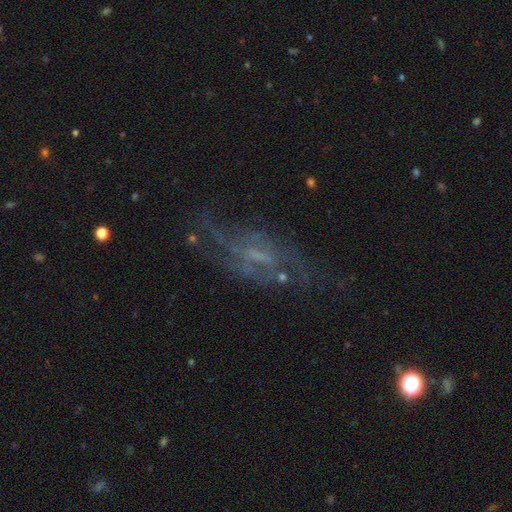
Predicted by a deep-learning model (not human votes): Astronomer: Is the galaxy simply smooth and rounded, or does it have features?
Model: featured or disk — 69%.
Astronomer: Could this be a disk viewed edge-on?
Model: no — 87%.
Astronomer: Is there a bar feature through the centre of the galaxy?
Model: weak — 43% (runner-up: no, 40%).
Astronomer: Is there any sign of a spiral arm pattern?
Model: yes — 69%.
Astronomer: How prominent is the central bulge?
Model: none — 43% (runner-up: small, 34%).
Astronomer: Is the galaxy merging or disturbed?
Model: none — 52%.